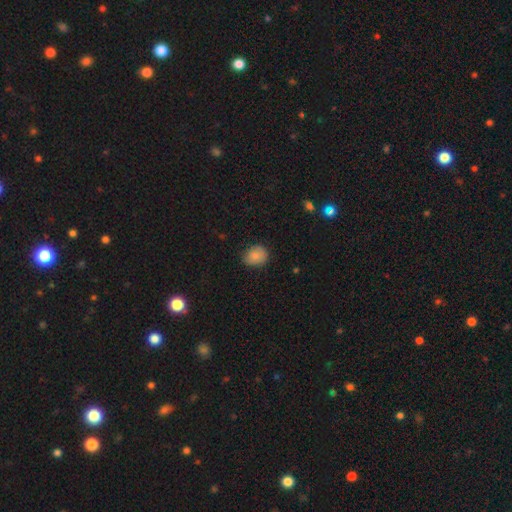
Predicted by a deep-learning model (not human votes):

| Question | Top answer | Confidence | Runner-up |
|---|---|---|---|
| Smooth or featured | smooth | 82% | star or artifact (9%) |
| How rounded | round | 55% | in between (44%) |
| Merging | none | 74% | minor disturbance (21%) |